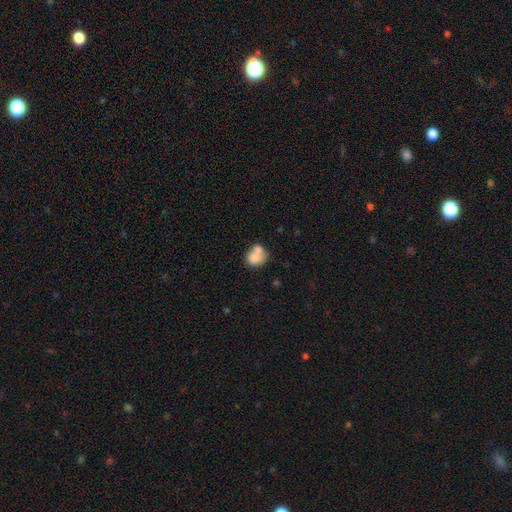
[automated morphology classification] A smooth galaxy with no disk features (75%) that is round (64%).

Vote fractions:
- Smooth or featured? smooth: 75% / featured or disk: 16% / star or artifact: 9%
- How rounded? round: 64% / in between: 35% / cigar-shaped: 1%
- Merging? merger: 52% / none: 32% / minor disturbance: 11% / major disturbance: 5%